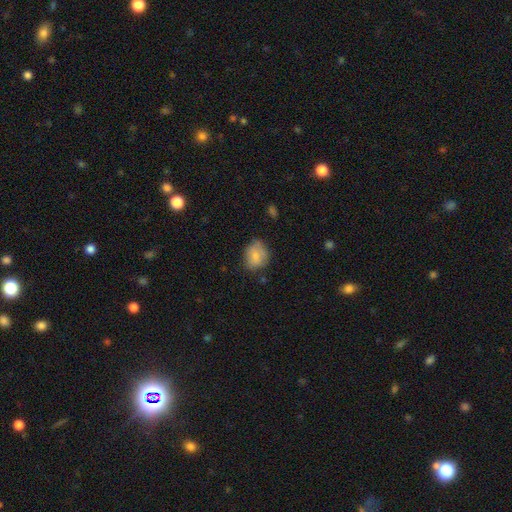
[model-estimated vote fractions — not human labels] Smooth or featured? Predicted: smooth (p=0.78). How rounded? Predicted: round (p=0.60). Merging? Predicted: none (p=0.63).